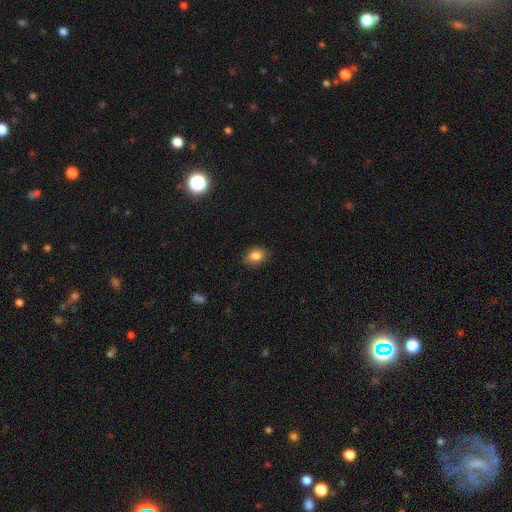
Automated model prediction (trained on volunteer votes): This is clearly a smooth galaxy (83%). How rounded: likely in between (66%). Merging: clearly none (86%).